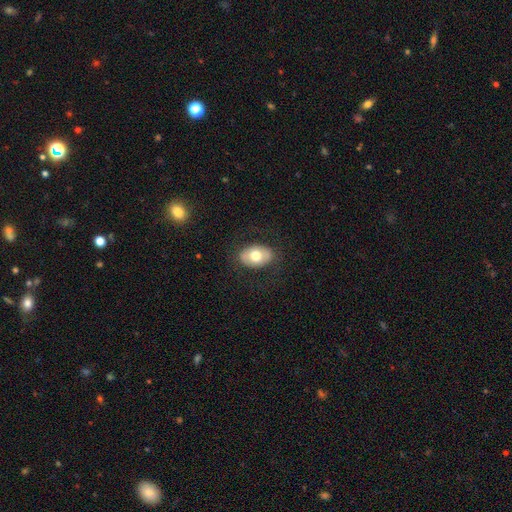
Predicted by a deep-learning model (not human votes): Smooth or featured? smooth (67%)
How rounded? in between (84%)
Merging? none (81%)